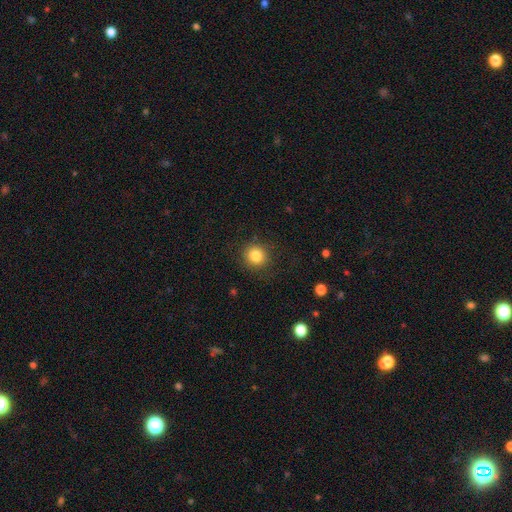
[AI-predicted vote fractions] Smooth or featured: smooth — 83% (star or artifact — 11%)
How rounded: round — 91% (in between — 9%)
Merging: none — 89% (minor disturbance — 7%)